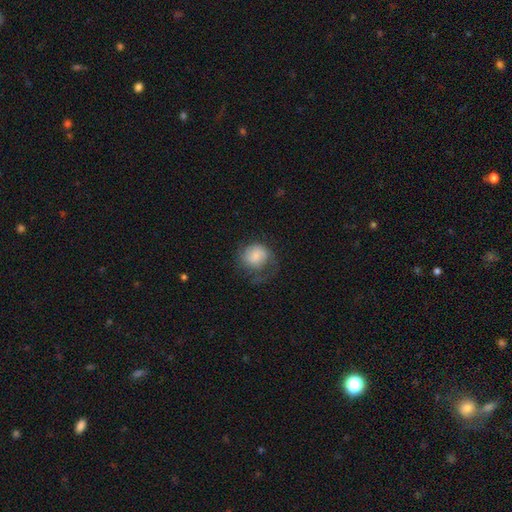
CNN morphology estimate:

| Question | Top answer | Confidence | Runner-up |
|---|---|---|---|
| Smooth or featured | smooth | 60% | featured or disk (32%) |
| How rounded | round | 78% | in between (21%) |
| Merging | none | 40% | major disturbance (33%) |